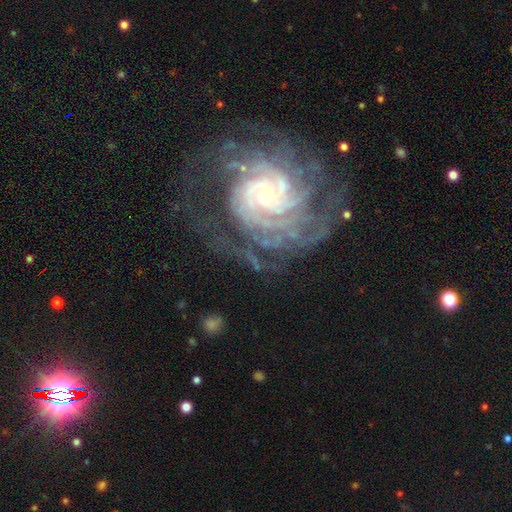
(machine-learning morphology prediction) smooth_or_featured: featured or disk (p=0.87) [alt: star or artifact p=0.08]
disk_edge_on: no (p=0.97) [alt: yes p=0.03]
bar: no (p=0.59) [alt: weak p=0.31]
has_spiral_arms: yes (p=0.97) [alt: no p=0.03]
spiral_winding: tight (p=0.74) [alt: medium p=0.21]
spiral_arm_count: can't tell (p=0.29) [alt: 4 p=0.17]
bulge_size: small (p=0.60) [alt: moderate p=0.30]
merging: none (p=0.73) [alt: minor disturbance p=0.15]